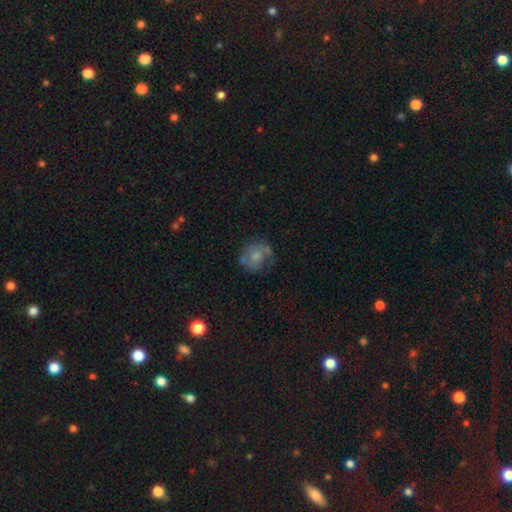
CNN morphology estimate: Q: Smooth or featured?
A: featured or disk (47%); runner-up: smooth (44%)
Q: Merging?
A: none (58%); runner-up: minor disturbance (24%)